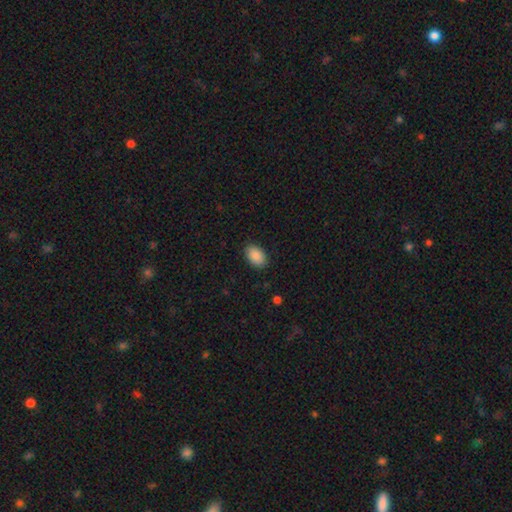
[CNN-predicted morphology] Smooth or featured? Predicted: smooth (p=0.90). How rounded? Predicted: in between (p=0.90). Merging? Predicted: none (p=0.87).